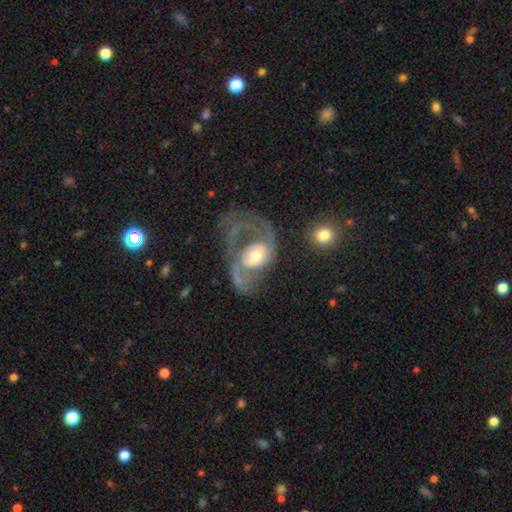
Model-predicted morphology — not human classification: smooth-or-featured: featured or disk: 75% | smooth: 19% | star or artifact: 7%
  disk-edge-on: no: 96% | yes: 4%
    bar: no: 62% | weak: 28% | strong: 10%
    has-spiral-arms: yes: 73% | no: 27%
      spiral-winding: medium: 42% | loose: 37% | tight: 20%
      spiral-arm-count: 2: 50% | 1: 21% | can't tell: 19% | 3: 6% | 4: 2% | more than 4: 2%
    bulge-size: moderate: 64% | small: 17% | large: 15% | dominant: 2% | none: 1%
  merging: major disturbance: 53% | none: 24% | minor disturbance: 14% | merger: 8%